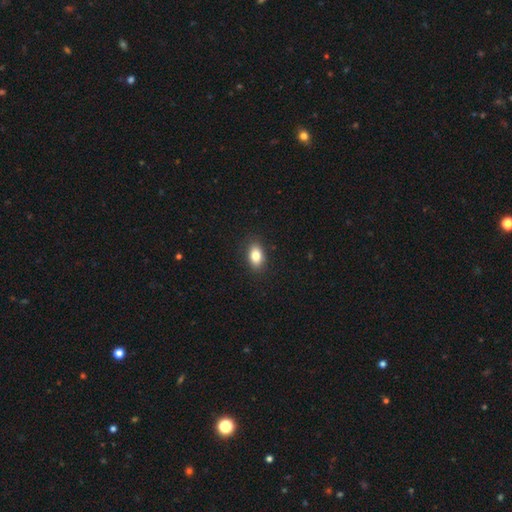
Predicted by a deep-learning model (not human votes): smooth 83%, star or artifact 8%, featured or disk 8%. Down the decision tree: how rounded — in between (85%); merging — none (88%).